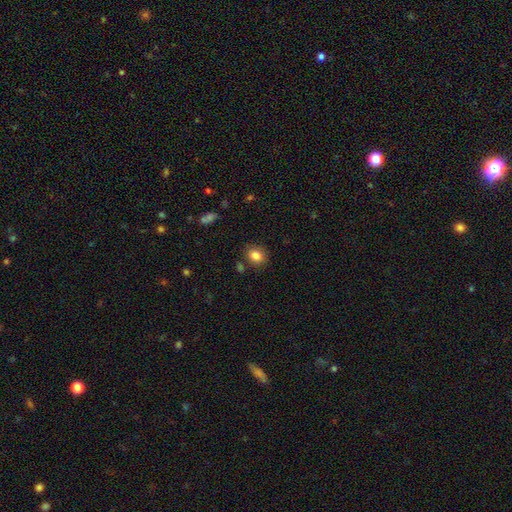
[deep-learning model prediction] smooth 84%, star or artifact 10%, featured or disk 6%. Down the decision tree: how rounded — round (63%); merging — none (82%).